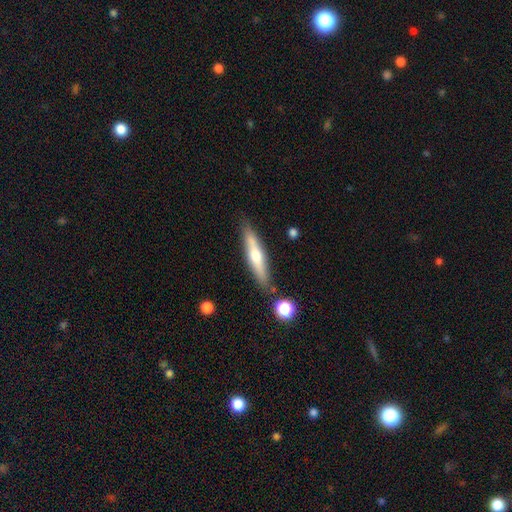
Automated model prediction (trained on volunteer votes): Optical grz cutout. It shows a featured or disk galaxy (48%). Merging: none (83%).